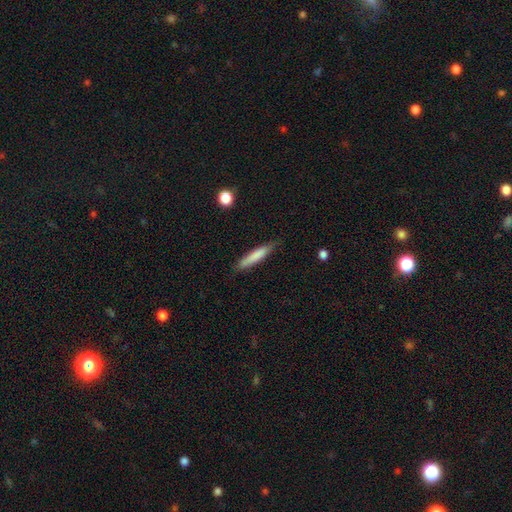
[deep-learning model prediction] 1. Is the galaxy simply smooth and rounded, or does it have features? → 77% smooth, 17% featured or disk, 6% star or artifact.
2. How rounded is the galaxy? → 89% cigar-shaped, 10% in between, 1% round.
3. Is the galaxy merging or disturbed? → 80% none, 16% minor disturbance, 3% major disturbance, 1% merger.